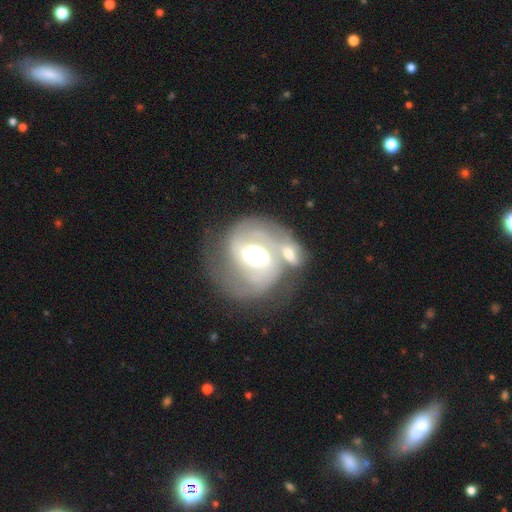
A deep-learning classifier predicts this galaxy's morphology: This is clearly a featured or disk galaxy (81%). It is clearly not viewed edge-on (97%). Bar: possibly weak (46%). Spiral arm pattern: clearly yes (89%). Spiral arm count: likely 2 (67%). Spiral winding: possibly tight (47%). Central bulge: likely moderate (66%). Merging: marginally merger (40%).